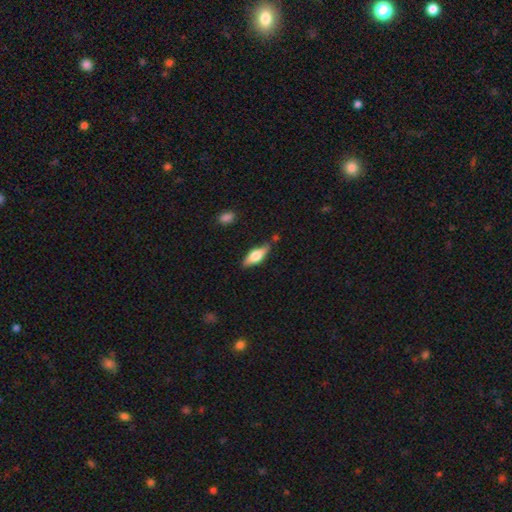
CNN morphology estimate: A smooth galaxy with no disk features (50%). Merging: none (75%).